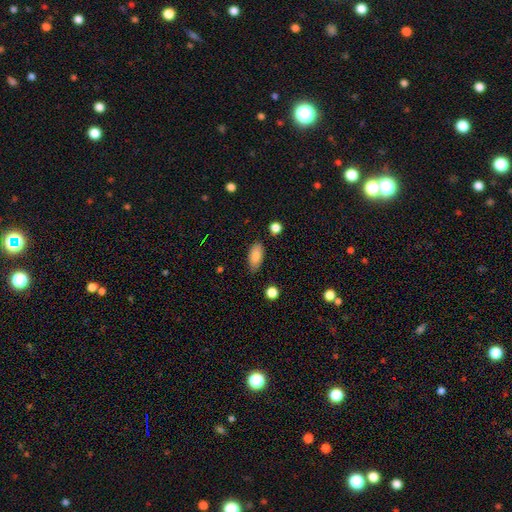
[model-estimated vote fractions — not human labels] Smooth or featured? Predicted: smooth (p=0.84). How rounded? Predicted: in between (p=0.89). Merging? Predicted: none (p=0.81).